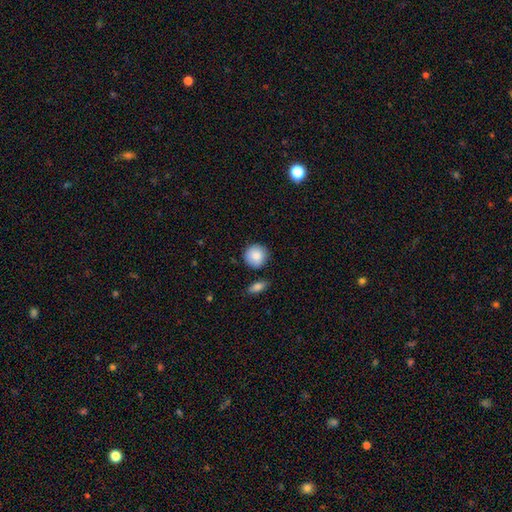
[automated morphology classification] This is clearly a smooth galaxy (87%). How rounded: clearly round (92%). Merging: clearly none (83%).